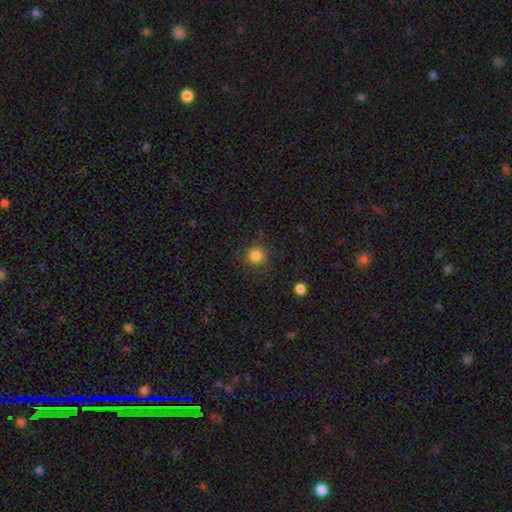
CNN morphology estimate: Q: Smooth or featured?
A: smooth (83%); runner-up: star or artifact (12%)
Q: How rounded?
A: round (93%); runner-up: in between (6%)
Q: Merging?
A: none (85%); runner-up: minor disturbance (10%)